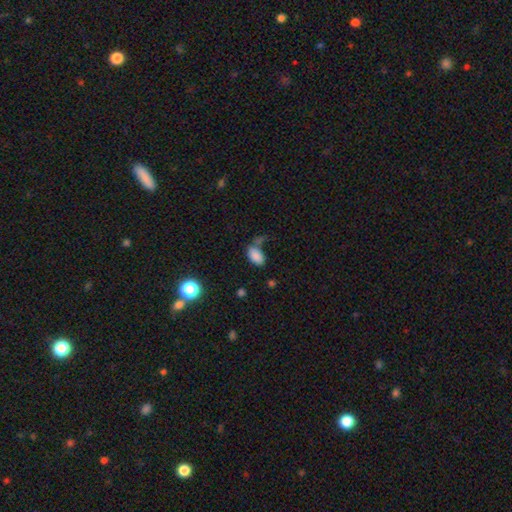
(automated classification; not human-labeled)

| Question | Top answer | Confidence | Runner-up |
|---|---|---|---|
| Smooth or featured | smooth | 84% | star or artifact (10%) |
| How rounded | in between | 93% | round (5%) |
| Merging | none | 57% | minor disturbance (18%) |